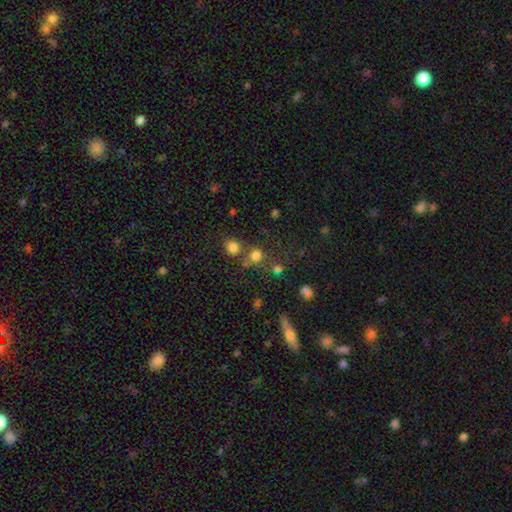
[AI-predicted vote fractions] The model was most divided on "merging": none: 58%, merger: 26%, minor disturbance: 10%, major disturbance: 6%. More confident: how rounded — round (81%); smooth or featured — smooth (74%).